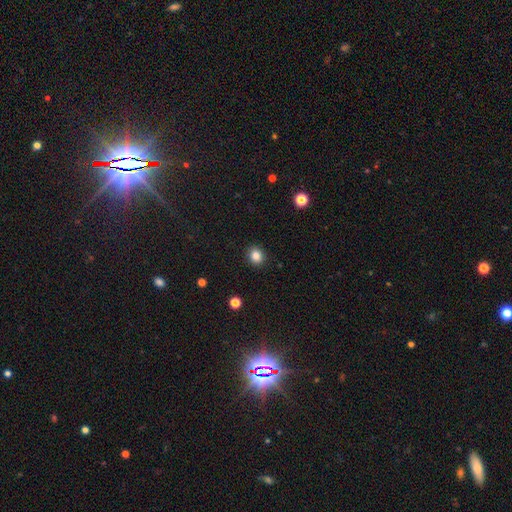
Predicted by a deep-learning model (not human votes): Smooth or featured? smooth (84%)
How rounded? round (72%)
Merging? none (91%)